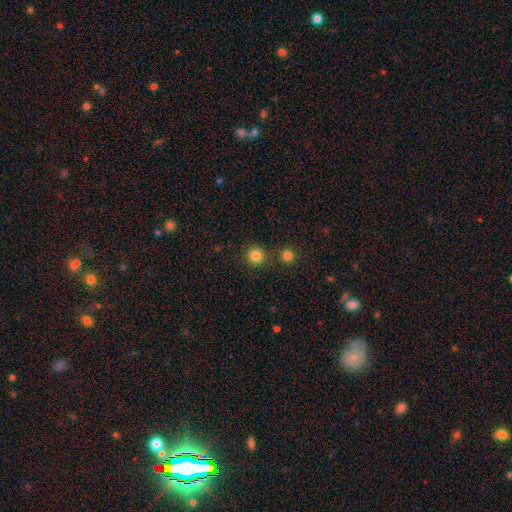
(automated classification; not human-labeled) Morphology: type=smooth (83%); roundness=round (94%); merging=none (85%).